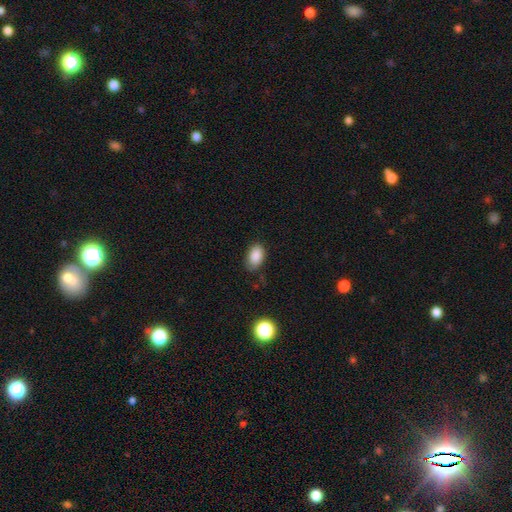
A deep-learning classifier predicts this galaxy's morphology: Smooth or featured?
  - smooth: 88% *
  - star or artifact: 8%
  - featured or disk: 4%
How rounded?
  - in between: 91% *
  - round: 7%
  - cigar-shaped: 1%
Merging?
  - none: 74% *
  - minor disturbance: 21%
  - major disturbance: 4%
  - merger: 2%